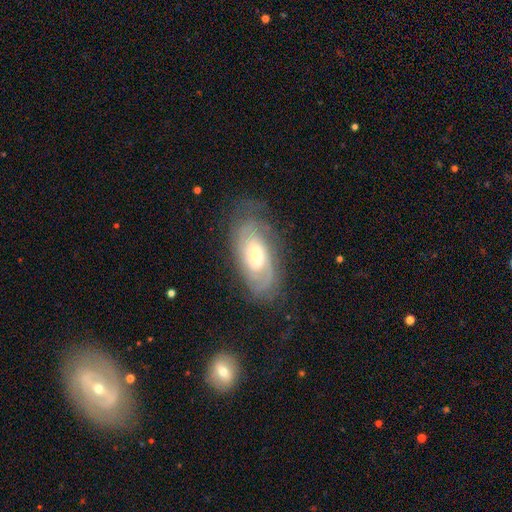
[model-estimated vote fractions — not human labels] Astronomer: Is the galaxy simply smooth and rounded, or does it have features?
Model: featured or disk — 74%.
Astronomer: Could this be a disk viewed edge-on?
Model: no — 93%.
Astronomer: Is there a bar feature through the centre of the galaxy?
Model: no — 55% (runner-up: weak, 36%).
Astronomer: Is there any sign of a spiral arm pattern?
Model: yes — 91%.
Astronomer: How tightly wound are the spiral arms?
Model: tight — 65%.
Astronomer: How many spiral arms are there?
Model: can't tell — 44% (runner-up: 2, 33%).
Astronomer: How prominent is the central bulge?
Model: moderate — 46% (runner-up: small, 31%).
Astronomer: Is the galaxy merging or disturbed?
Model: none — 71%.